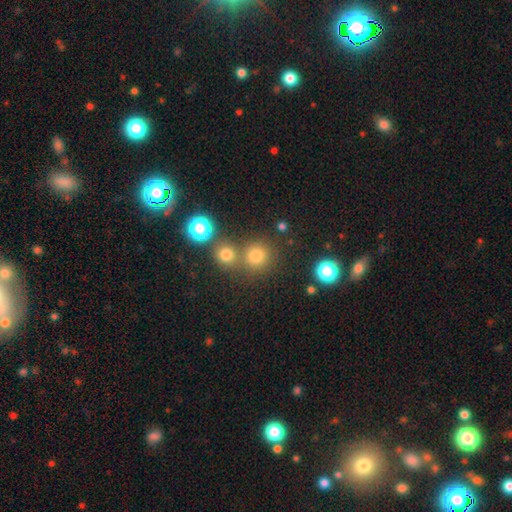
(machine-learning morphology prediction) smooth 75%, star or artifact 19%, featured or disk 6%. Down the decision tree: how rounded — round (90%); merging — none (67%).